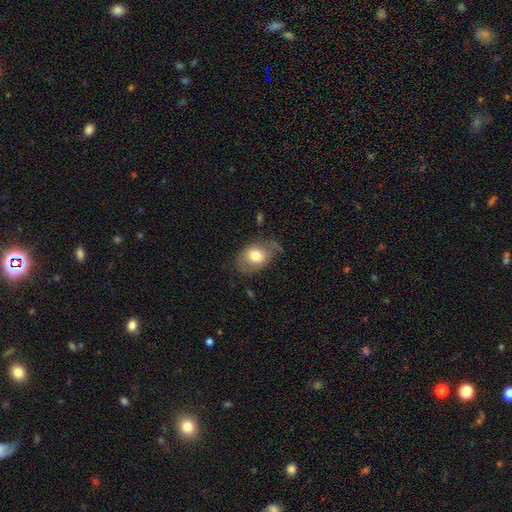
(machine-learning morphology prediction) smooth_or_featured: smooth (p=0.72) [alt: featured or disk p=0.21]
how_rounded: in between (p=0.73) [alt: round p=0.26]
merging: none (p=0.56) [alt: minor disturbance p=0.29]